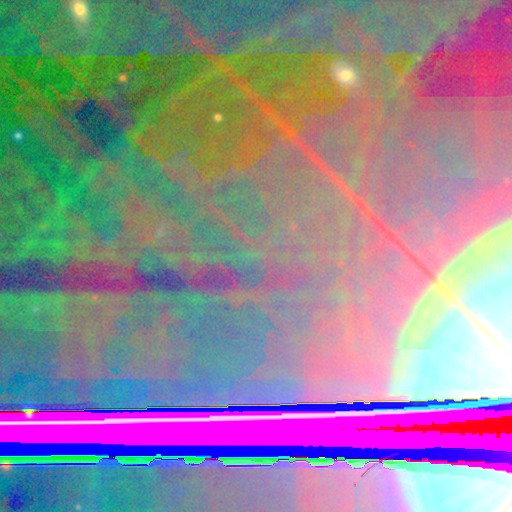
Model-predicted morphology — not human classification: A star or artifact, not a galaxy (86%).